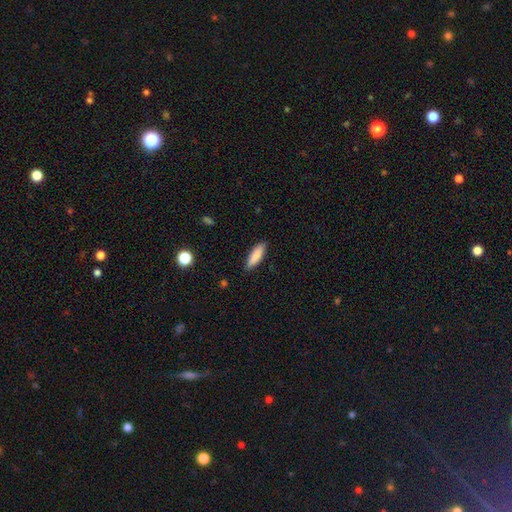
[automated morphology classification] Smooth or featured?
  - smooth: 86% *
  - featured or disk: 7%
  - star or artifact: 6%
How rounded?
  - cigar-shaped: 56% *
  - in between: 43%
  - round: 2%
Merging?
  - none: 86% *
  - minor disturbance: 11%
  - major disturbance: 2%
  - merger: 1%